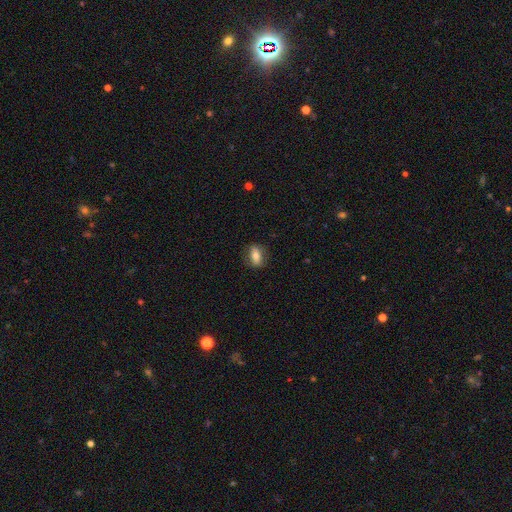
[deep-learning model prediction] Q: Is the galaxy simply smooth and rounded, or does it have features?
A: smooth — 69%.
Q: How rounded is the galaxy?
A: in between — 77%.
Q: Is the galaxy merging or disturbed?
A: none — 83%.